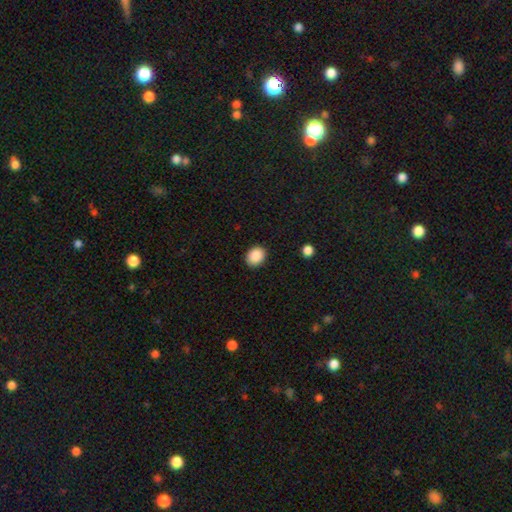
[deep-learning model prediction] Overall: smooth (89%). How rounded: round (54%; in between 45%). Merging: none (89%).